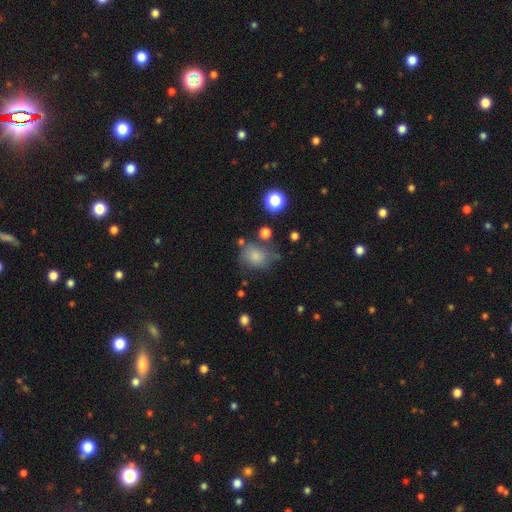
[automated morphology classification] smooth-or-featured: smooth: 77% | star or artifact: 13% | featured or disk: 10%
  how-rounded: round: 57% | in between: 41% | cigar-shaped: 1%
  merging: none: 58% | minor disturbance: 23% | major disturbance: 11% | merger: 8%